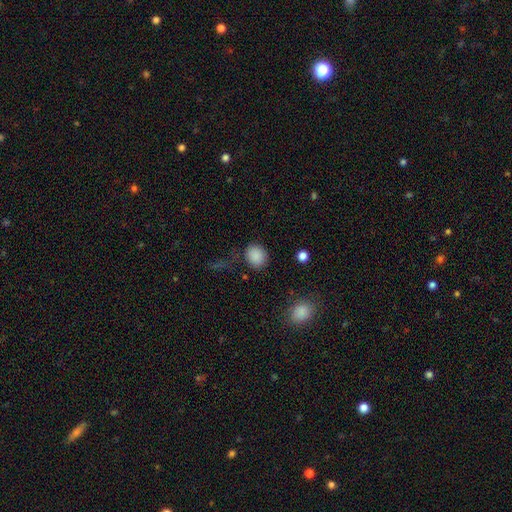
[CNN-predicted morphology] Overall: smooth (87%). How rounded: round (71%). Merging: none (80%).